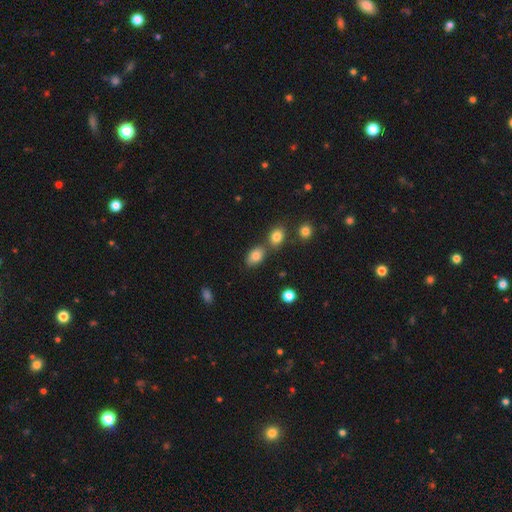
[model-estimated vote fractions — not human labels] Overall: smooth (81%). How rounded: in between (86%). Merging: none (63%).